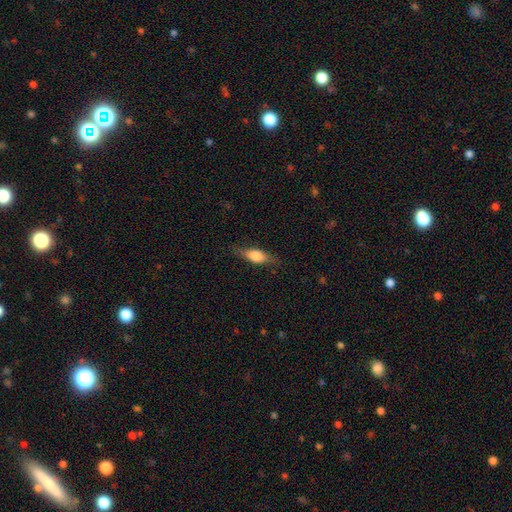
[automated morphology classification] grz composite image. It shows a smooth galaxy with no disk features (62%) that is in between round and cigar-shaped (68%). Merging: none (75%).